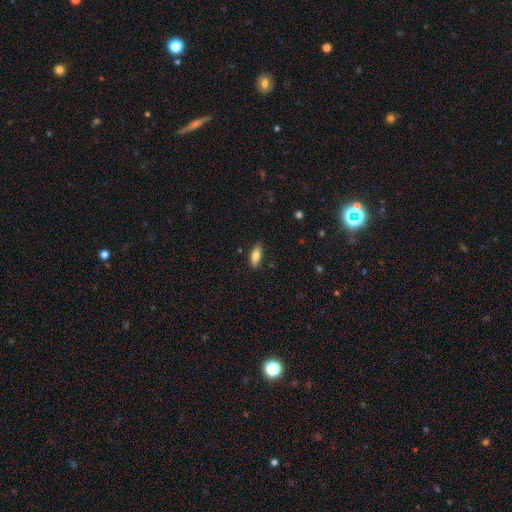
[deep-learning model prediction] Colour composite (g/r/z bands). It shows a smooth galaxy with no disk features (80%) that is in between round and cigar-shaped (76%). Merging: none (83%).